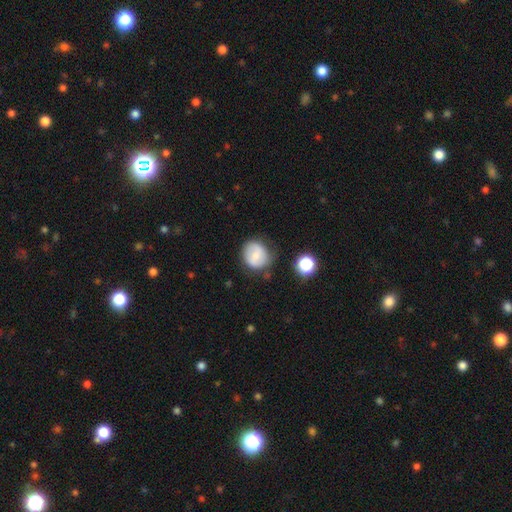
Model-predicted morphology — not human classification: smooth 55%, featured or disk 37%, star or artifact 8%. Down the decision tree: how rounded — round (78%); merging — none (68%).